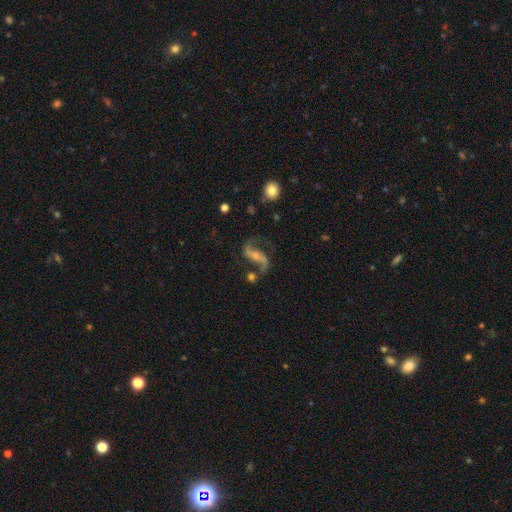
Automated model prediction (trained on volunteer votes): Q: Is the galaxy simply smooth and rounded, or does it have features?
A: featured or disk — 88%.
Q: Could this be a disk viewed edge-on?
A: no — 96%.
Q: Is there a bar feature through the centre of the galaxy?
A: strong — 34%, tied with weak.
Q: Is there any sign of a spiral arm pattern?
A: yes — 96%.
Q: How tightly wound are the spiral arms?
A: loose — 72%.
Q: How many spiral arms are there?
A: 2 — 92%.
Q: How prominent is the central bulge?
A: small — 57%.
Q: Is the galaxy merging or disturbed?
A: none — 63%.